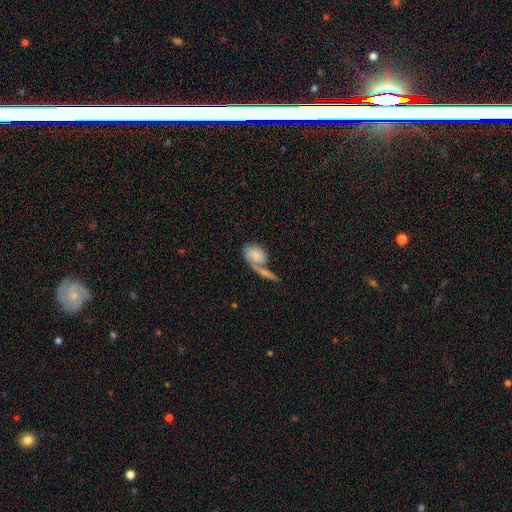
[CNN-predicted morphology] A smooth galaxy with no disk features (60%) that is in between round and cigar-shaped (79%).

Vote fractions:
- Smooth or featured? smooth: 60% / featured or disk: 33% / star or artifact: 7%
- How rounded? in between: 79% / round: 17% / cigar-shaped: 4%
- Merging? merger: 47% / none: 29% / major disturbance: 12% / minor disturbance: 12%